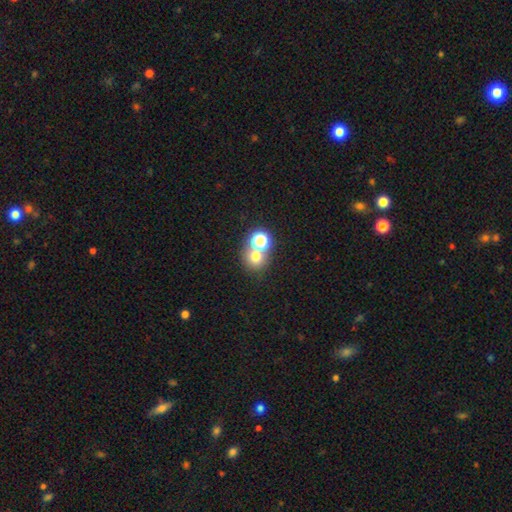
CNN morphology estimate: Smooth or featured: smooth — 68% (star or artifact — 20%)
How rounded: round — 82% (in between — 17%)
Merging: none — 47% (merger — 44%)